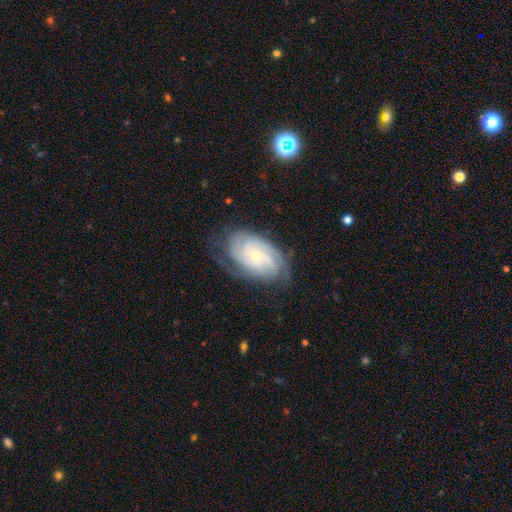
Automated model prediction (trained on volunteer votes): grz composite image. It shows a featured or disk galaxy (83%) with no bar (73%), tight (72%) spiral arms (97%) and a small central bulge (76%). Merging: none (74%).